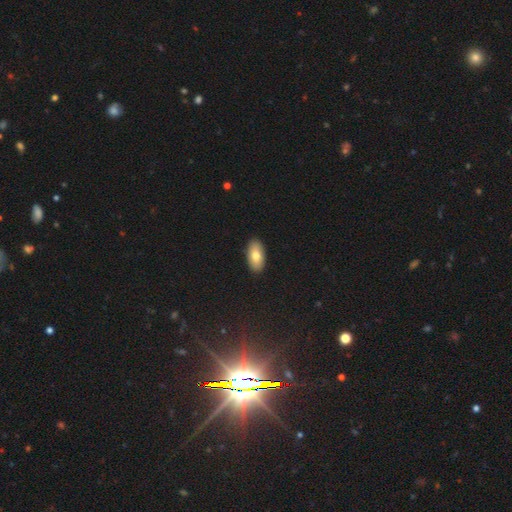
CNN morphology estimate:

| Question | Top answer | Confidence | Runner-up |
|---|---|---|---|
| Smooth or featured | smooth | 79% | featured or disk (14%) |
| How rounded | in between | 93% | cigar-shaped (4%) |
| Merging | none | 91% | minor disturbance (7%) |